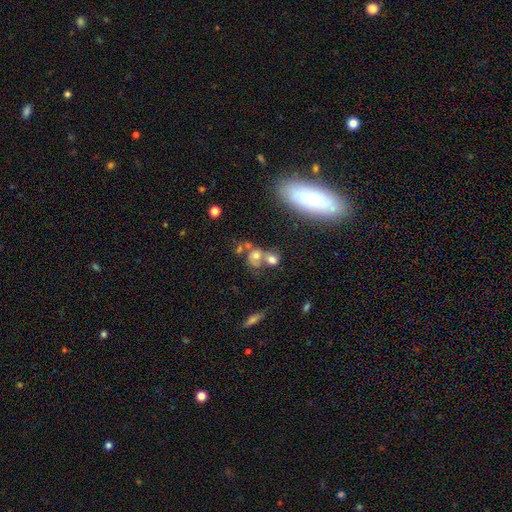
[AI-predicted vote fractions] Overall: smooth (61%; featured or disk 23%). How rounded: round (65%; in between 33%). Merging: merger (46%; none 34%).